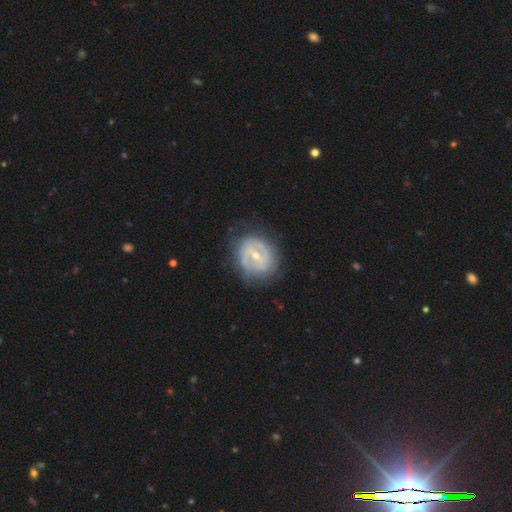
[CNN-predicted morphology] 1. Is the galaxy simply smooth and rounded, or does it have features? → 76% featured or disk, 18% smooth, 6% star or artifact.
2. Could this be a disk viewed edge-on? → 97% no, 3% yes.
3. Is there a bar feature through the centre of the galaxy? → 46% weak, 30% no, 24% strong.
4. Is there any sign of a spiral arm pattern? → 73% yes, 27% no.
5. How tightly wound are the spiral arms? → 50% tight, 35% medium, 15% loose.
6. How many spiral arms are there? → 55% 2, 29% can't tell, 7% 3, 4% 1, 2% 4, 2% more than 4.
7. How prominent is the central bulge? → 51% small, 45% moderate, 1% large, 1% none, 1% dominant.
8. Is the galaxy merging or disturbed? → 72% none, 19% minor disturbance, 8% major disturbance, 1% merger.